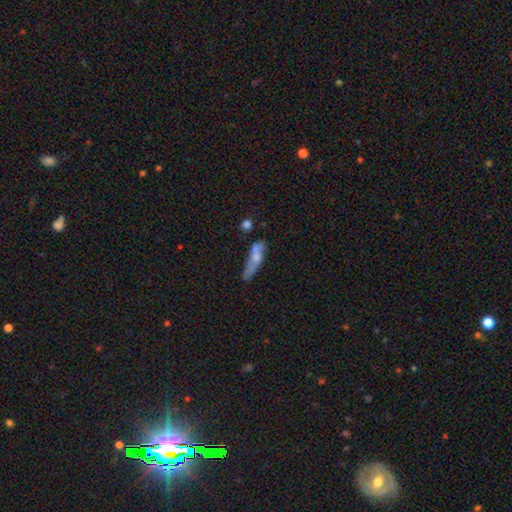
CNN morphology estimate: This is possibly a smooth galaxy (56%). How rounded: likely cigar-shaped (64%). Merging: marginally none (38%).